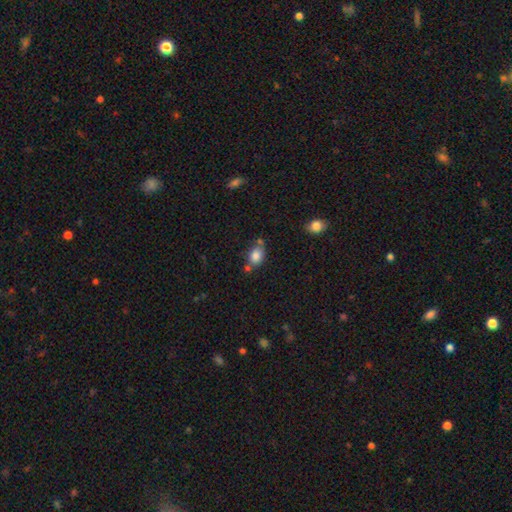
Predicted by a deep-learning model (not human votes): A smooth galaxy with no disk features (83%) that is in between round and cigar-shaped (67%).

Vote fractions:
- Smooth or featured? smooth: 83% / star or artifact: 10% / featured or disk: 7%
- How rounded? in between: 67% / round: 32% / cigar-shaped: 1%
- Merging? none: 60% / minor disturbance: 18% / merger: 17% / major disturbance: 5%